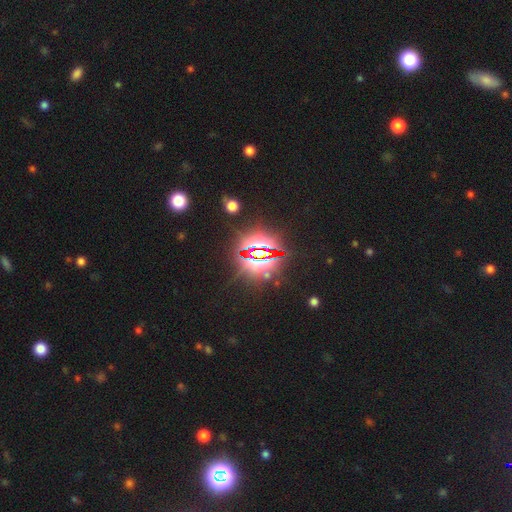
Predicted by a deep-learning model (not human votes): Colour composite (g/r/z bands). It shows a star or artifact, not a galaxy (81%).